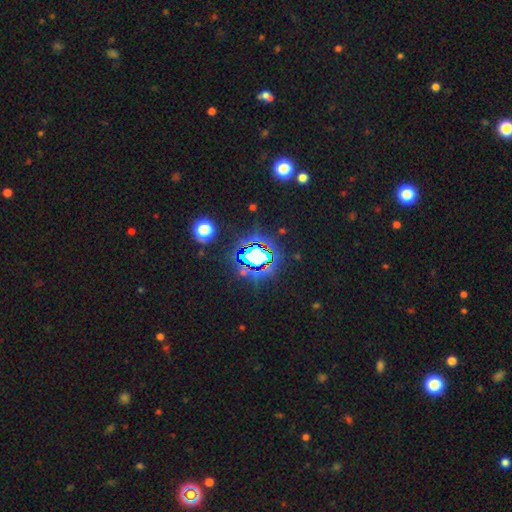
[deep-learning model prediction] This appears to be a star or artifact, not a galaxy (71%).